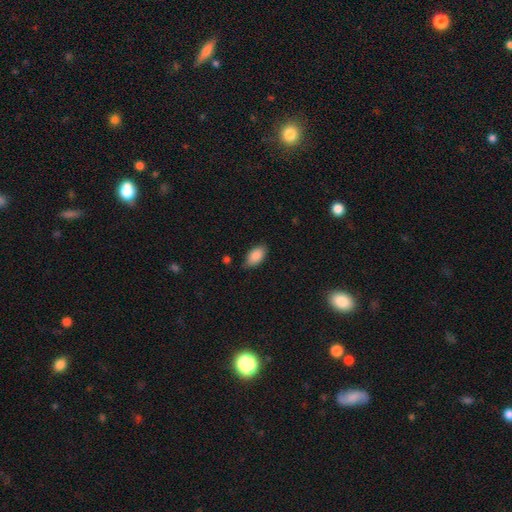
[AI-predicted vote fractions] Overall: smooth (88%). How rounded: in between (93%). Merging: none (74%).